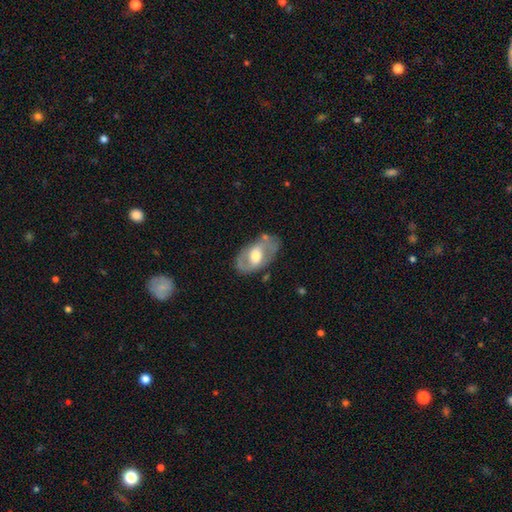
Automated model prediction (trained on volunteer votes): This appears to be a featured or disk galaxy (62%) with no bar (44%), spiral arms (52%) and a moderate central bulge (65%). Merging: none (70%).